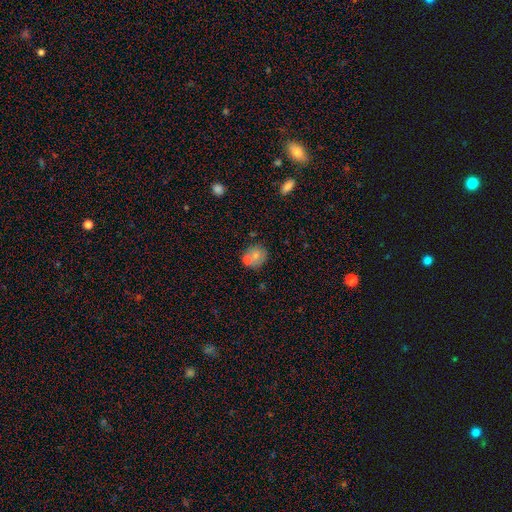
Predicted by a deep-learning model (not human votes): Smooth or featured?
  - smooth: 70% *
  - featured or disk: 20%
  - star or artifact: 10%
How rounded?
  - round: 79% *
  - in between: 20%
  - cigar-shaped: 1%
Merging?
  - none: 54% *
  - merger: 29%
  - minor disturbance: 13%
  - major disturbance: 4%